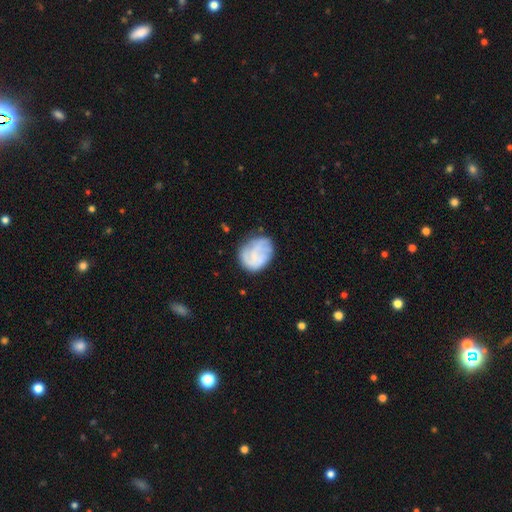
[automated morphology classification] smooth-or-featured: featured or disk: 47% | smooth: 46% | star or artifact: 8%
  merging: none: 61% | minor disturbance: 24% | major disturbance: 12% | merger: 2%